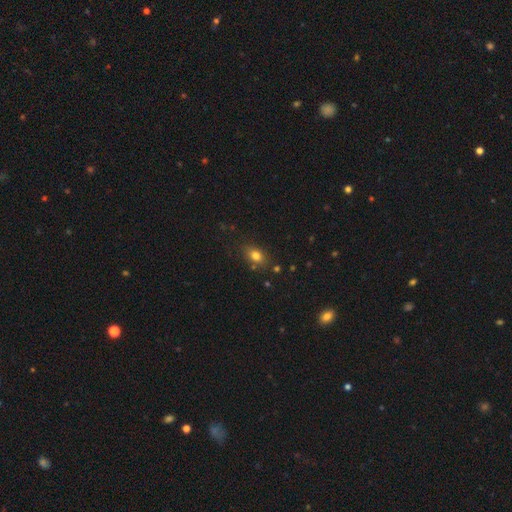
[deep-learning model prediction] smooth-or-featured: smooth: 79% | star or artifact: 12% | featured or disk: 9%
  how-rounded: in between: 77% | round: 20% | cigar-shaped: 3%
  merging: none: 79% | minor disturbance: 14% | merger: 4% | major disturbance: 3%